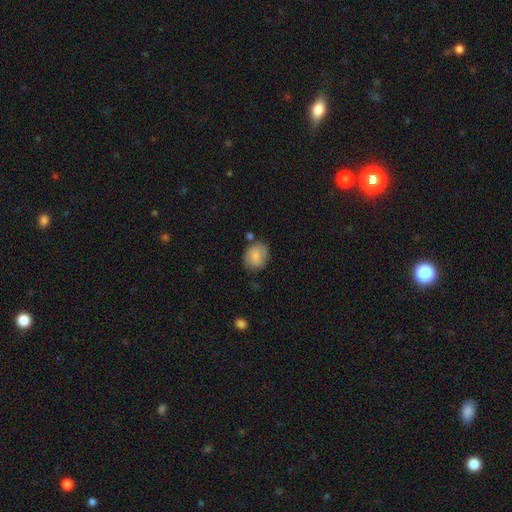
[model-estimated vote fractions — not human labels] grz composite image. It shows a smooth galaxy with no disk features (82%) that is round (60%). Merging: none (70%).